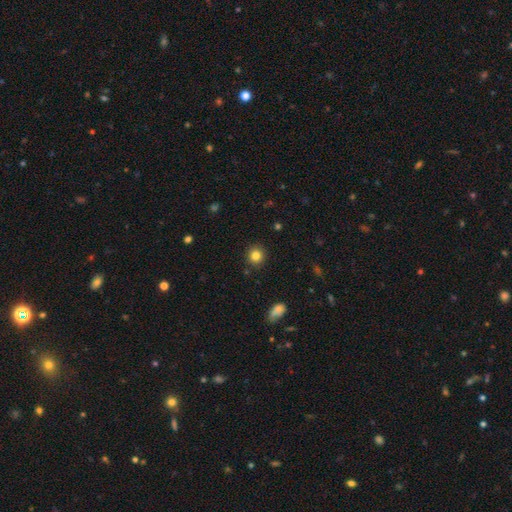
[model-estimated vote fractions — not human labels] A smooth galaxy with no disk features (83%) that is round (90%).

Vote fractions:
- Smooth or featured? smooth: 83% / star or artifact: 11% / featured or disk: 6%
- How rounded? round: 90% / in between: 9% / cigar-shaped: 1%
- Merging? none: 91% / minor disturbance: 6% / major disturbance: 2% / merger: 2%